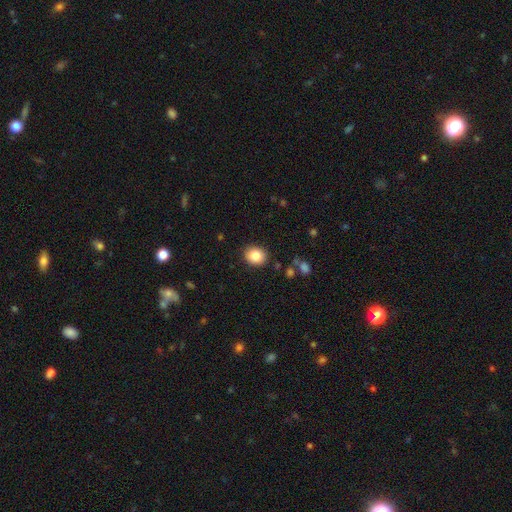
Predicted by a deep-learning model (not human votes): Smooth or featured? Predicted: smooth (p=0.84). How rounded? Predicted: round (p=0.70). Merging? Predicted: none (p=0.89).